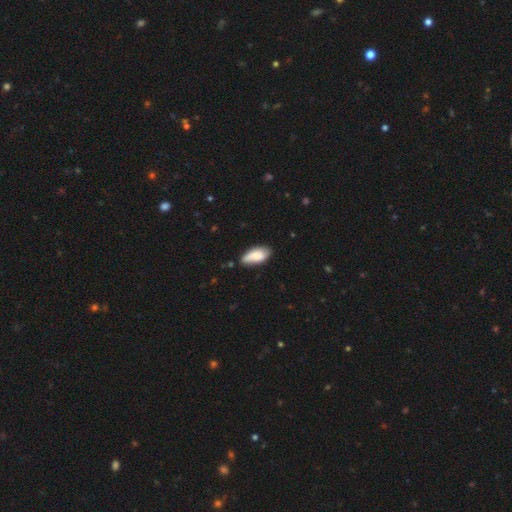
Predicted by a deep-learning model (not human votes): smooth 79%, featured or disk 15%, star or artifact 7%. Down the decision tree: how rounded — in between (89%); merging — none (64%).